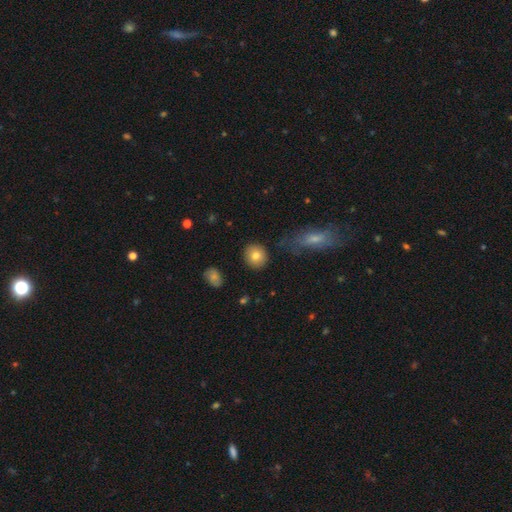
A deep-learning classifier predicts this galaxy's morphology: This appears to be a smooth galaxy with no disk features (79%) that is round (81%). Merging: none (85%).